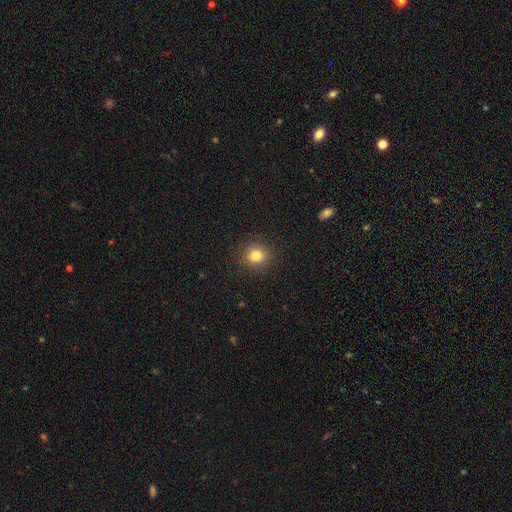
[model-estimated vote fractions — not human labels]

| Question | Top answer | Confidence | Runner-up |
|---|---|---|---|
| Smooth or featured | smooth | 81% | star or artifact (13%) |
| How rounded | round | 82% | in between (17%) |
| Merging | none | 91% | minor disturbance (6%) |